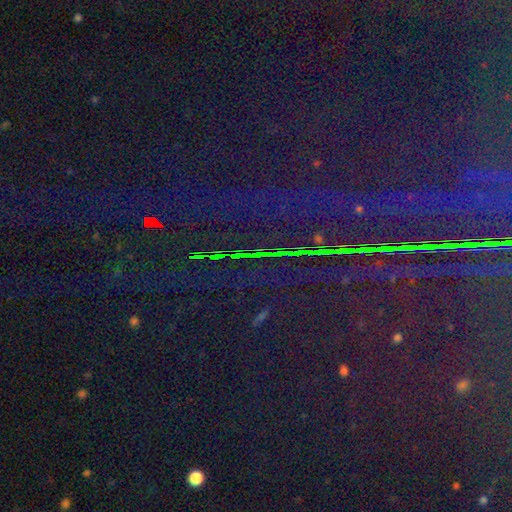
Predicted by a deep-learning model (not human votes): A star or artifact, not a galaxy (88%).